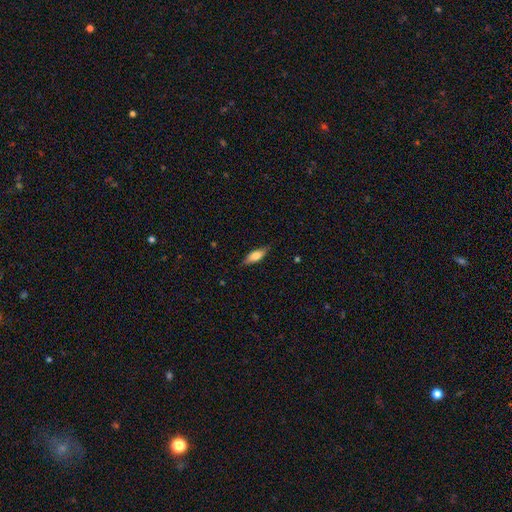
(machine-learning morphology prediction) Smooth or featured? Predicted: smooth (p=0.63). How rounded? Predicted: in between (p=0.62). Merging? Predicted: none (p=0.79).